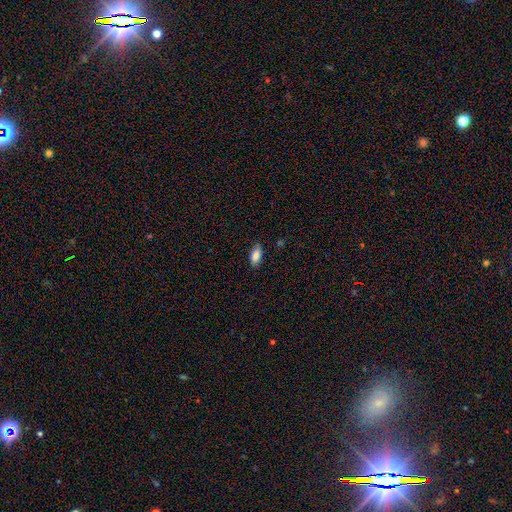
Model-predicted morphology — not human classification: type=smooth (85%); roundness=in between (89%); merging=none (82%).